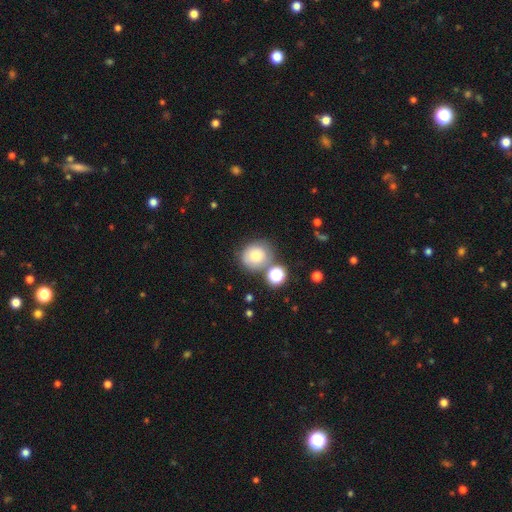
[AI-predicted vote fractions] Smooth or featured? Predicted: smooth (p=0.71). How rounded? Predicted: round (p=0.82). Merging? Predicted: none (p=0.69).